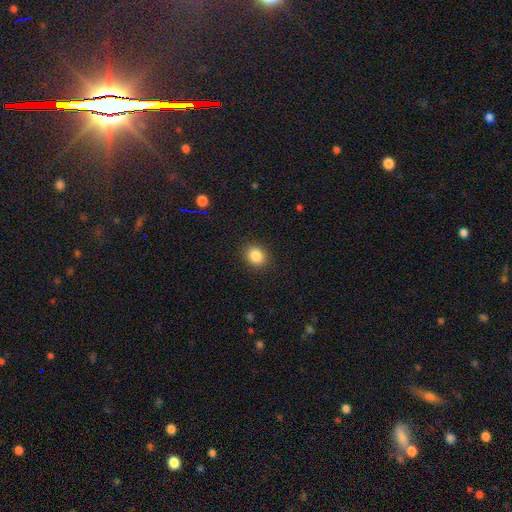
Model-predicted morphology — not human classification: A smooth galaxy with no disk features (86%) that is round (55%).

Vote fractions:
- Smooth or featured? smooth: 86% / star or artifact: 9% / featured or disk: 5%
- How rounded? round: 55% / in between: 44% / cigar-shaped: 1%
- Merging? none: 89% / minor disturbance: 8% / major disturbance: 2% / merger: 1%